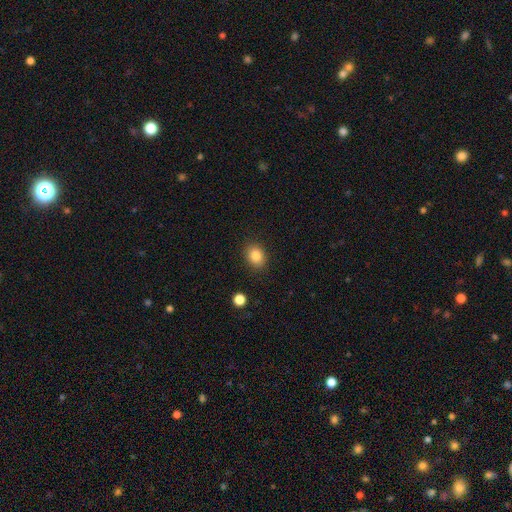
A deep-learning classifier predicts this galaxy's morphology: Smooth or featured? smooth (85%)
How rounded? in between (51%)
Merging? none (87%)